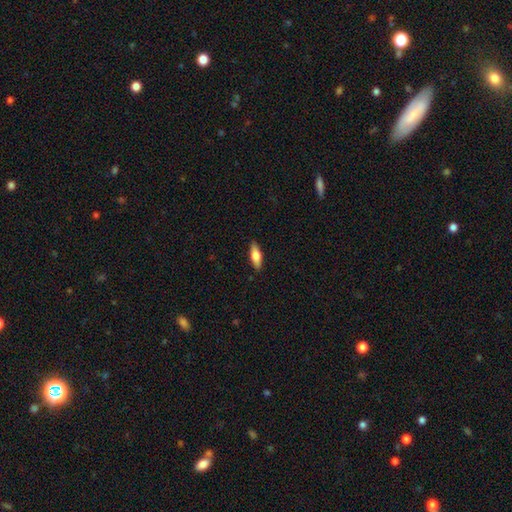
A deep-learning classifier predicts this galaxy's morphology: Smooth or featured? smooth (68%)
How rounded? in between (60%)
Merging? none (89%)